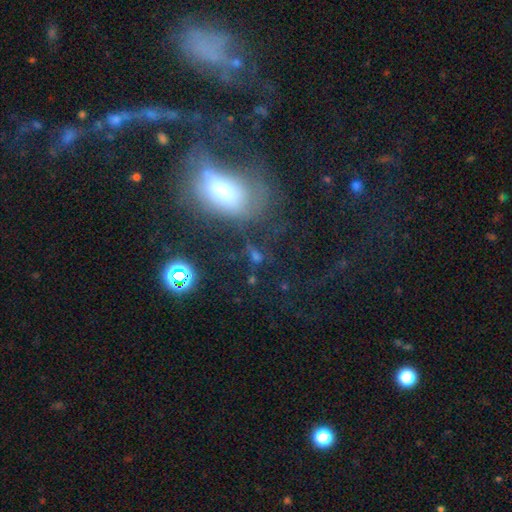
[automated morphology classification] The model was most divided on "smooth or featured": smooth: 46%, star or artifact: 29%, featured or disk: 25%. More confident: merging — none (51%).